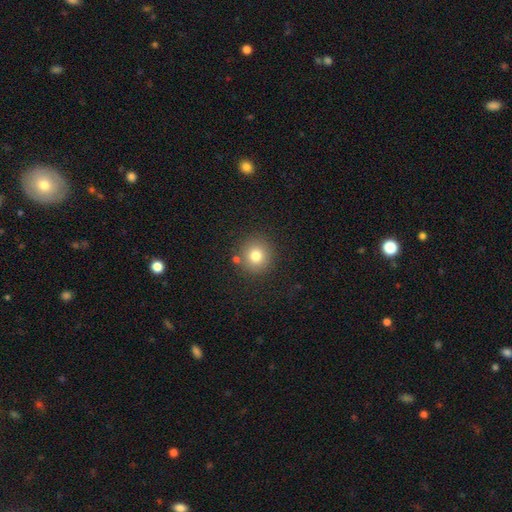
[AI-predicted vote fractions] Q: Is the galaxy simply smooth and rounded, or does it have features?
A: smooth — 78%.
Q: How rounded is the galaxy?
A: round — 93%.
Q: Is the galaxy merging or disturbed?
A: none — 85%.